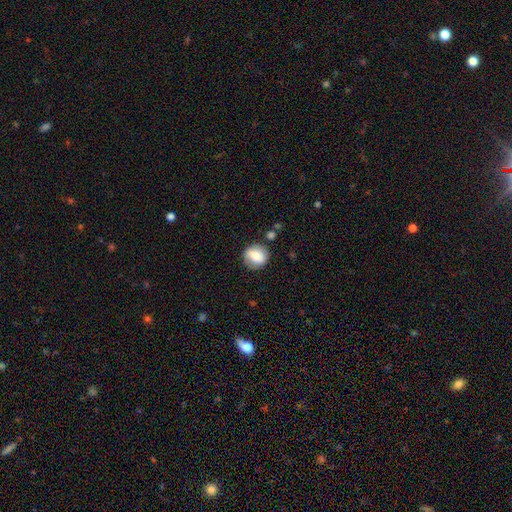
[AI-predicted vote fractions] Smooth or featured? smooth (73%)
How rounded? round (86%)
Merging? none (79%)